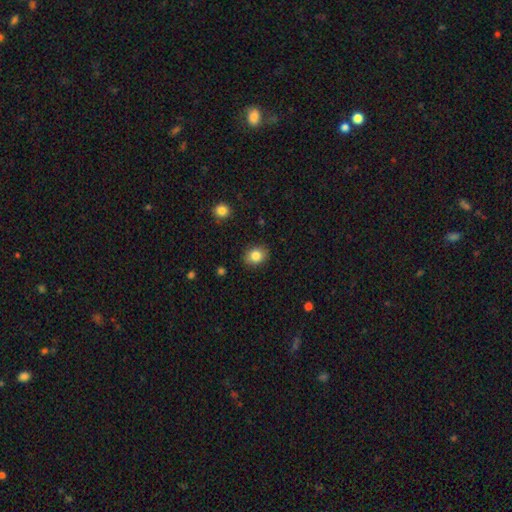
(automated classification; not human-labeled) This appears to be a smooth galaxy with no disk features (84%) that is round (50%). Merging: none (87%).